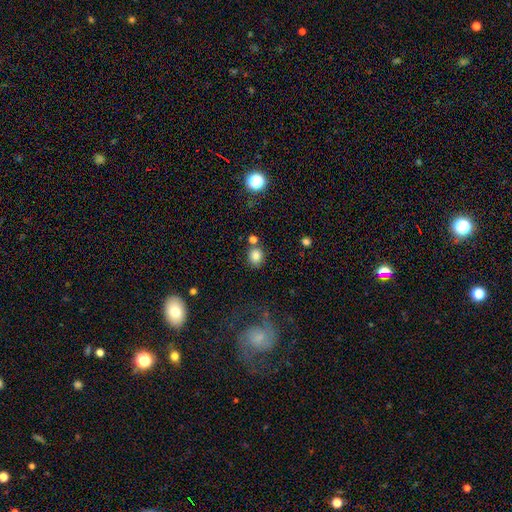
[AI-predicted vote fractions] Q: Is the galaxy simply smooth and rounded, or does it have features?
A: smooth — 82%.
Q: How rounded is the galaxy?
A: round — 70%.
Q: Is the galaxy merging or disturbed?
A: none — 72%.